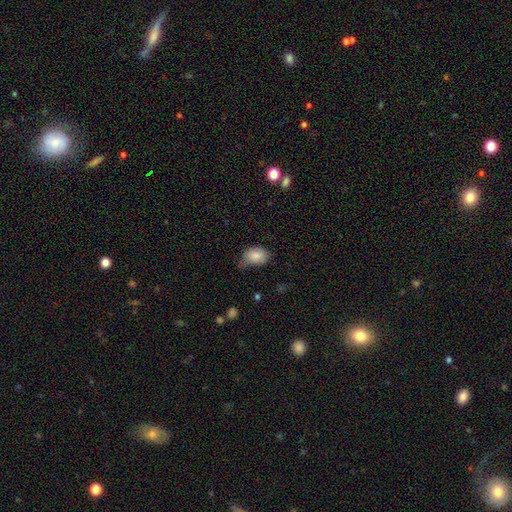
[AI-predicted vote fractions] A smooth galaxy with no disk features (84%) that is in between round and cigar-shaped (76%).

Vote fractions:
- Smooth or featured? smooth: 84% / star or artifact: 8% / featured or disk: 8%
- How rounded? in between: 76% / round: 23% / cigar-shaped: 1%
- Merging? minor disturbance: 43% / none: 42% / major disturbance: 12% / merger: 3%